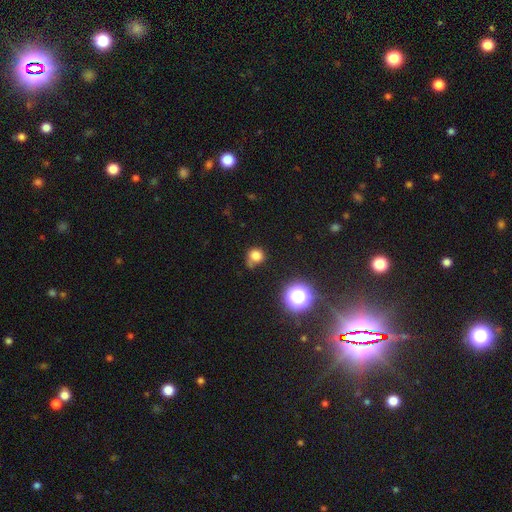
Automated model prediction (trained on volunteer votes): Overall: smooth (77%). How rounded: round (87%). Merging: none (60%; minor disturbance 22%).